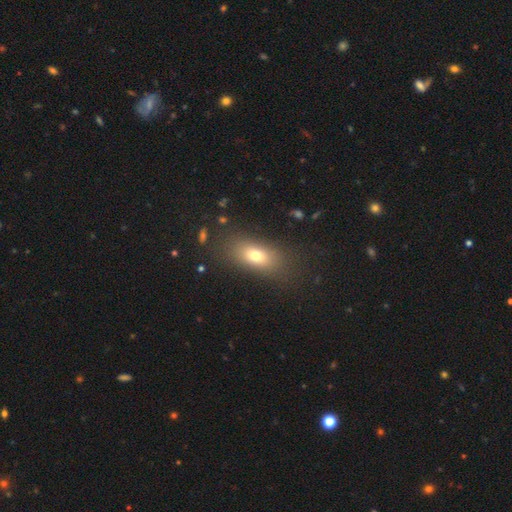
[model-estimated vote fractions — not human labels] smooth_or_featured: smooth (p=0.72) [alt: featured or disk p=0.16]
how_rounded: in between (p=0.79) [alt: round p=0.12]
merging: none (p=0.81) [alt: minor disturbance p=0.11]